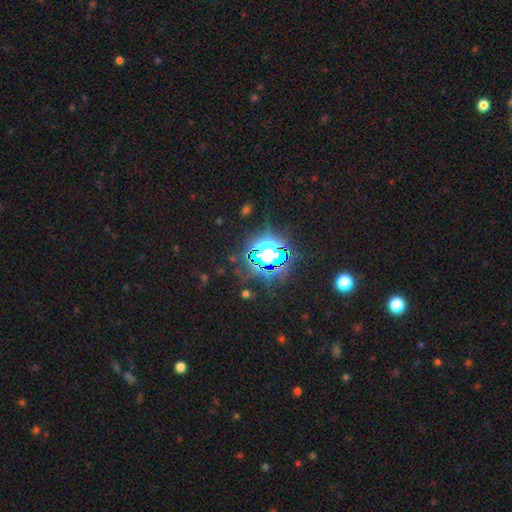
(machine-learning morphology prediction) Smooth or featured? Predicted: star or artifact (p=0.76).